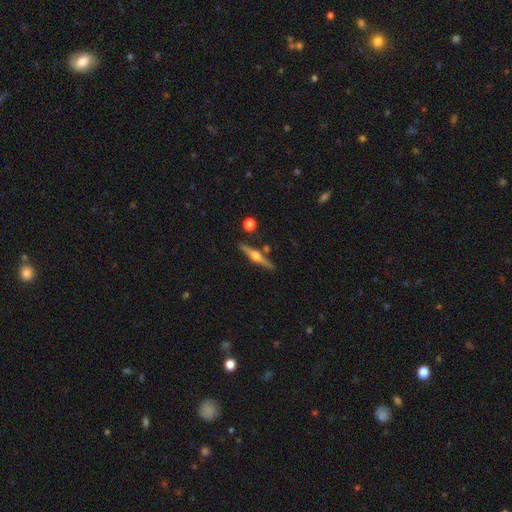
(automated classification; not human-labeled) This is likely a featured or disk galaxy (78%). It is clearly viewed edge-on (98%). Edge-on bulge: clearly rounded (95%). Merging: clearly none (85%).